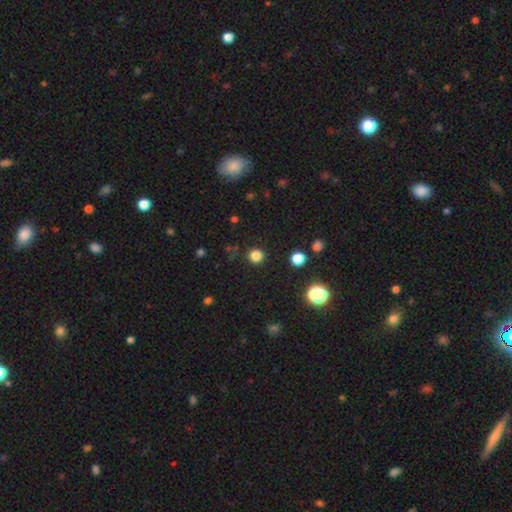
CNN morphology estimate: Overall: smooth (82%). How rounded: round (94%). Merging: none (90%).